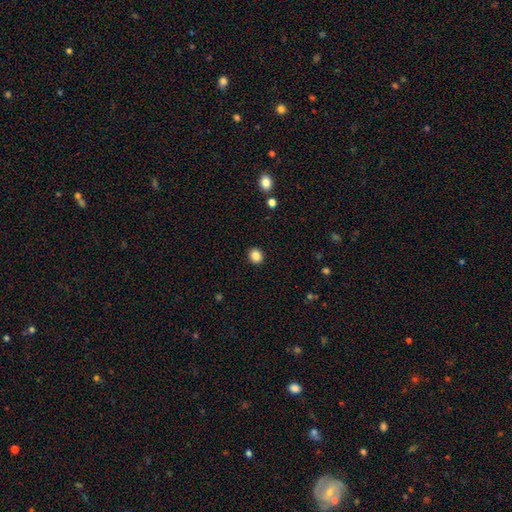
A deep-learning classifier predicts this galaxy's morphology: smooth_or_featured: smooth (p=0.86) [alt: star or artifact p=0.11]
how_rounded: round (p=0.76) [alt: in between p=0.23]
merging: none (p=0.91) [alt: minor disturbance p=0.06]